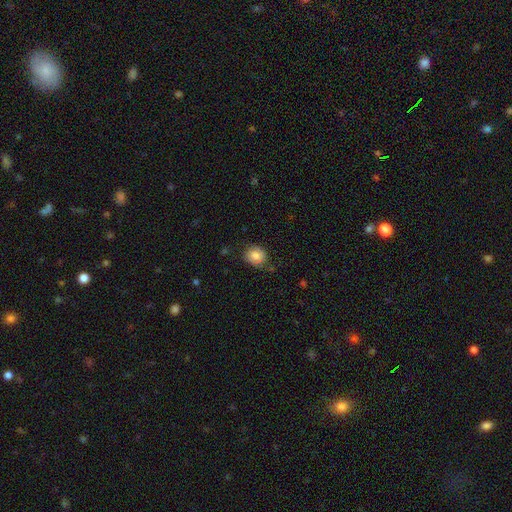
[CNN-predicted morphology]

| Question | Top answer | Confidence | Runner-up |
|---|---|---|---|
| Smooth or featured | smooth | 80% | featured or disk (11%) |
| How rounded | round | 71% | in between (28%) |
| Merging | none | 77% | minor disturbance (17%) |